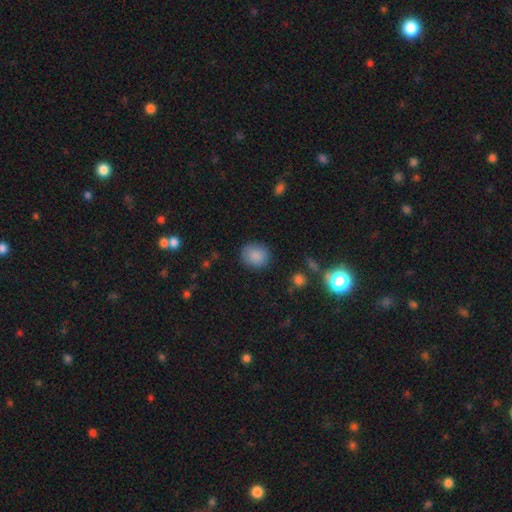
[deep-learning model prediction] smooth-or-featured: smooth: 87% | star or artifact: 9% | featured or disk: 5%
  how-rounded: round: 76% | in between: 23% | cigar-shaped: 1%
  merging: none: 85% | minor disturbance: 11% | major disturbance: 3% | merger: 1%